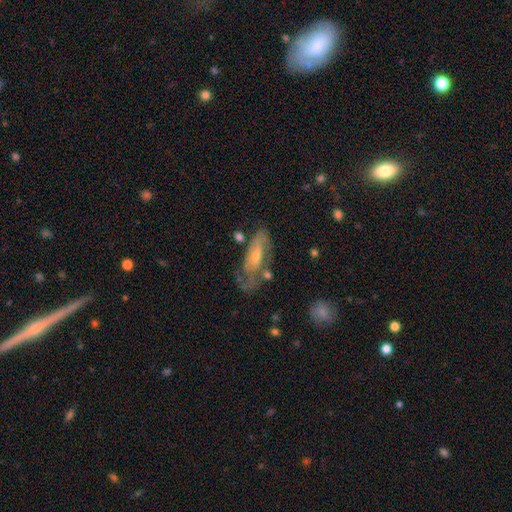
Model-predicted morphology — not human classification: A featured or disk galaxy (63%) with no bar (58%), spiral arms (70%) and a moderate central bulge (47%). Merging: none (46%).